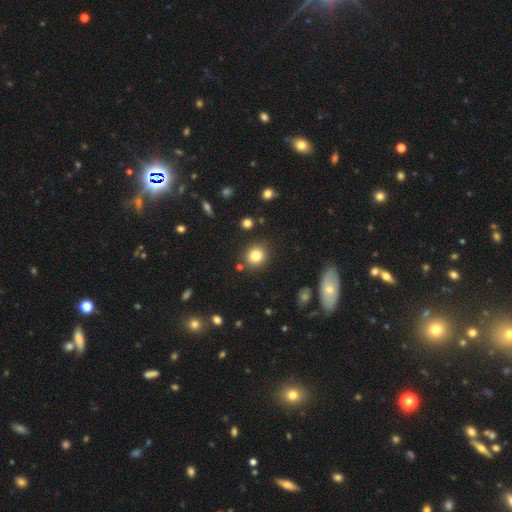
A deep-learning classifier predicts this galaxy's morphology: This appears to be a smooth galaxy with no disk features (82%) that is round (81%). Merging: none (86%).